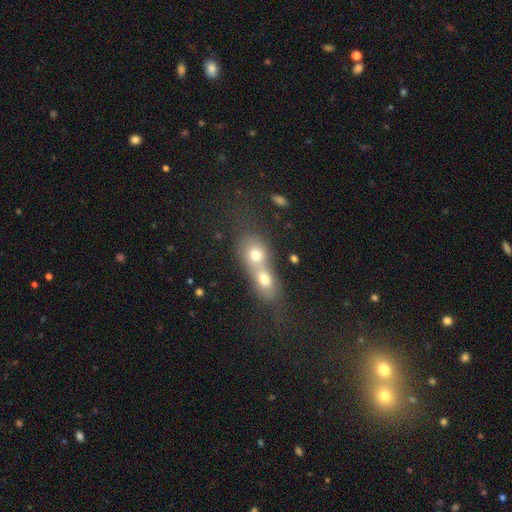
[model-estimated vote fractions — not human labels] This appears to be a smooth galaxy with no disk features (66%) that is round (52%). Merging: merger (77%).